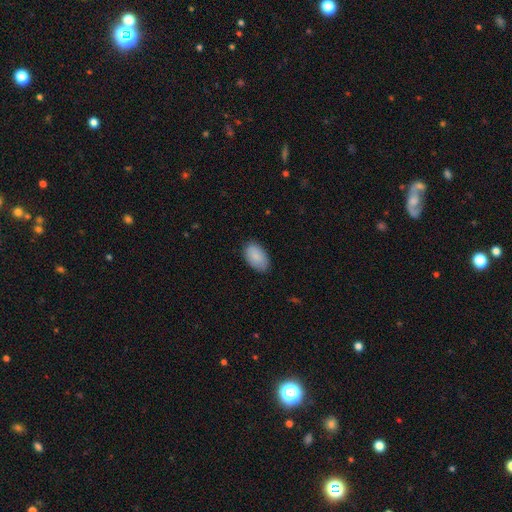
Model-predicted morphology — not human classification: Smooth or featured? smooth (88%)
How rounded? in between (94%)
Merging? none (84%)